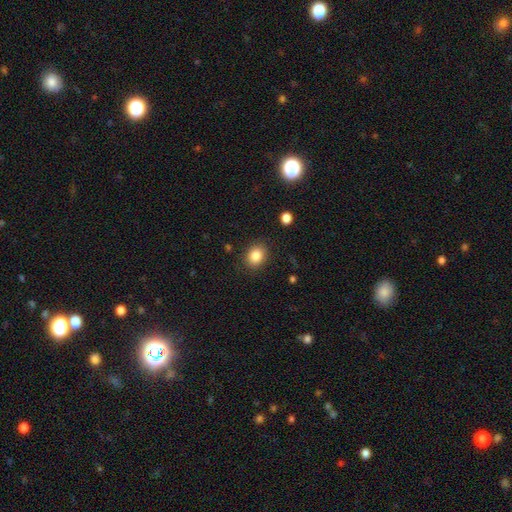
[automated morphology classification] type=smooth (85%); roundness=in between (52%); merging=none (86%).